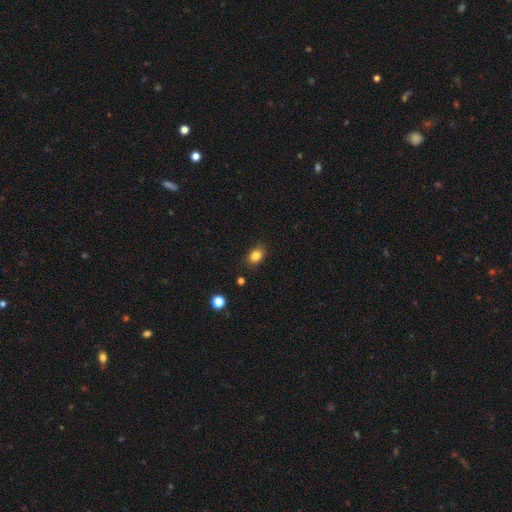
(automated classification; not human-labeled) A smooth galaxy with no disk features (83%) that is in between round and cigar-shaped (64%). Merging: none (85%).